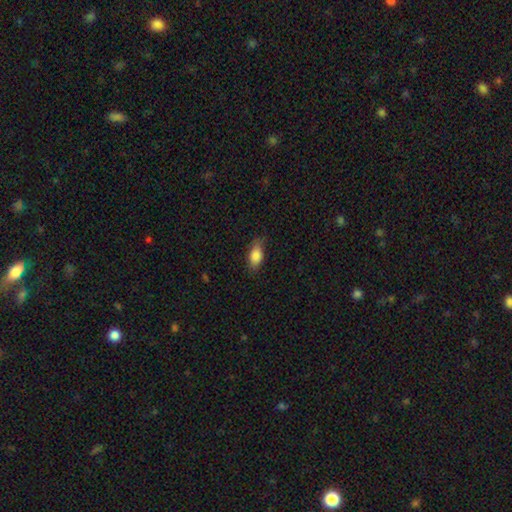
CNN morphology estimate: type=smooth (83%); roundness=in between (86%); merging=none (72%).